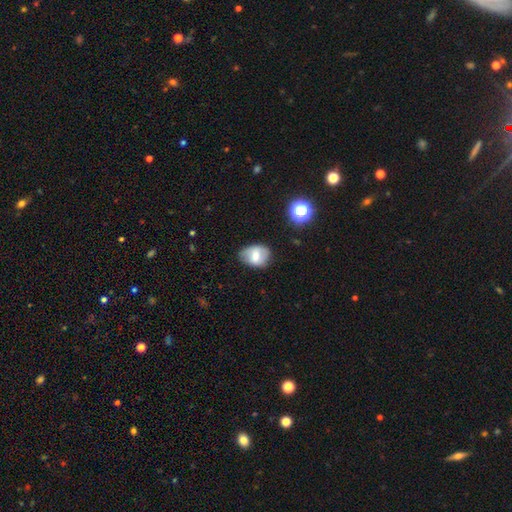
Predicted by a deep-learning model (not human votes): Morphology: type=smooth (62%); roundness=in between (72%); merging=none (66%).